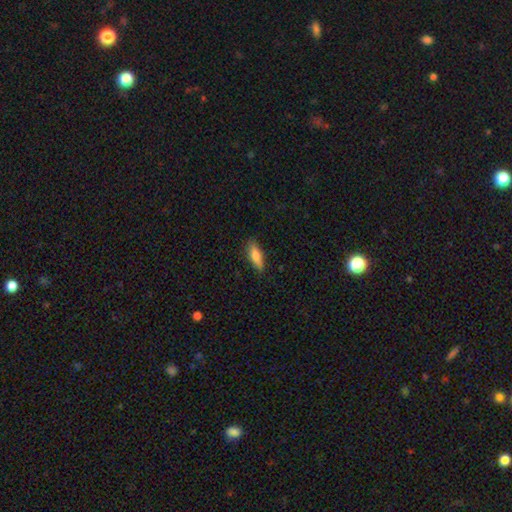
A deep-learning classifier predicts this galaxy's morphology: type=smooth (78%); roundness=in between (56%); merging=none (86%).